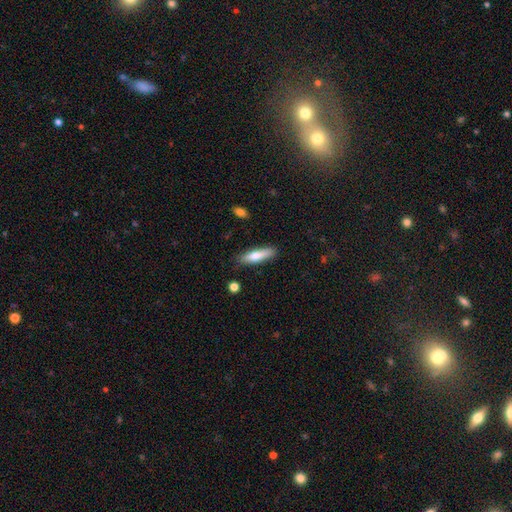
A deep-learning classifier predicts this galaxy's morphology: Smooth or featured: smooth — 72% (featured or disk — 22%)
How rounded: cigar-shaped — 73% (in between — 25%)
Merging: none — 84% (minor disturbance — 12%)